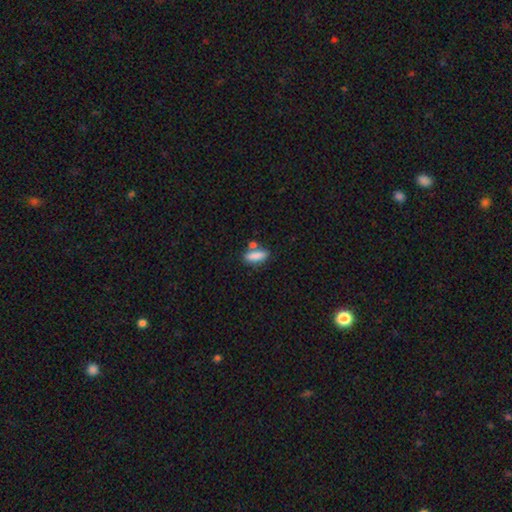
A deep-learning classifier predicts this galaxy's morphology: Smooth or featured?
  - smooth: 84% *
  - featured or disk: 8%
  - star or artifact: 7%
How rounded?
  - in between: 55% *
  - cigar-shaped: 41%
  - round: 3%
Merging?
  - none: 62% *
  - merger: 22%
  - minor disturbance: 13%
  - major disturbance: 4%